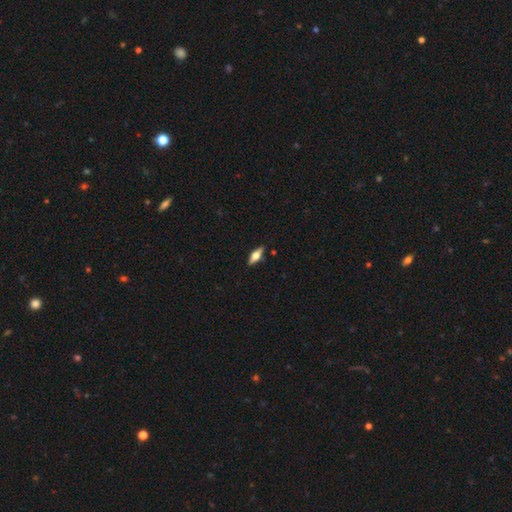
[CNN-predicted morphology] smooth_or_featured: featured or disk (p=0.56) [alt: smooth p=0.37]
disk_edge_on: yes (p=0.93) [alt: no p=0.07]
edge_on_bulge: rounded (p=0.93) [alt: boxy p=0.06]
merging: none (p=0.87) [alt: minor disturbance p=0.09]